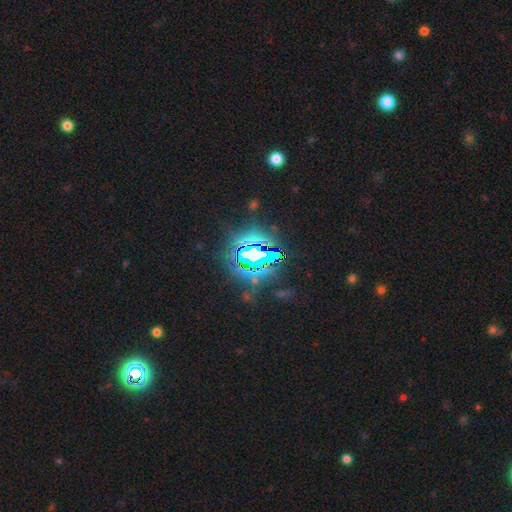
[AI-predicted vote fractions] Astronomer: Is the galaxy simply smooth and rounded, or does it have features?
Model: star or artifact — 84%.